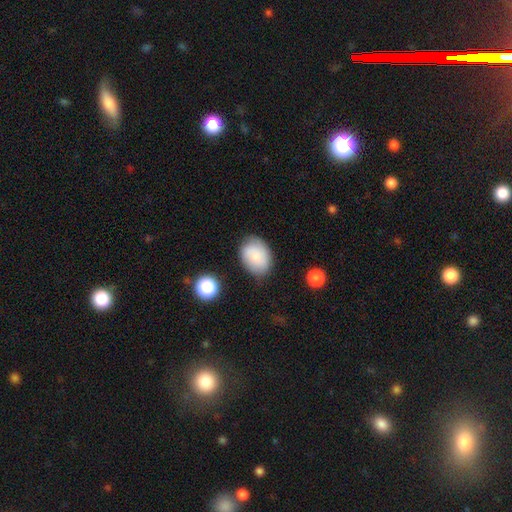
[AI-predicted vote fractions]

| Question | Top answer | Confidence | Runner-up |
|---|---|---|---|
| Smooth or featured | smooth | 78% | featured or disk (14%) |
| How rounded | in between | 70% | round (30%) |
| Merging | none | 74% | minor disturbance (19%) |